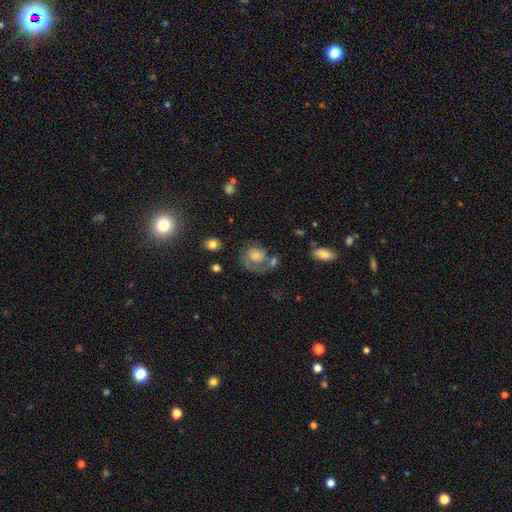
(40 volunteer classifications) Smooth or featured?
  - featured or disk: 65% *
  - smooth: 25%
  - star or artifact: 10%
Edge-on disk?
  - no: 100% *
  - yes: 0%
Bar?
  - no: 65% *
  - weak: 31%
  - strong: 4%
Spiral arms?
  - yes: 88% *
  - no: 12%
Spiral winding?
  - tight: 35% * (tied)
  - medium: 35% * (tied)
  - loose: 30%
Spiral arm count?
  - 1: 70% *
  - 2: 30%
  - 3: 0%
  - 4: 0%
  - more than 4: 0%
  - can't tell: 0%
Bulge size?
  - moderate: 50% *
  - large: 31%
  - small: 12%
  - none: 8%
  - dominant: 0%
Merging?
  - none: 44% *
  - minor disturbance: 19%
  - merger: 19%
  - major disturbance: 17%